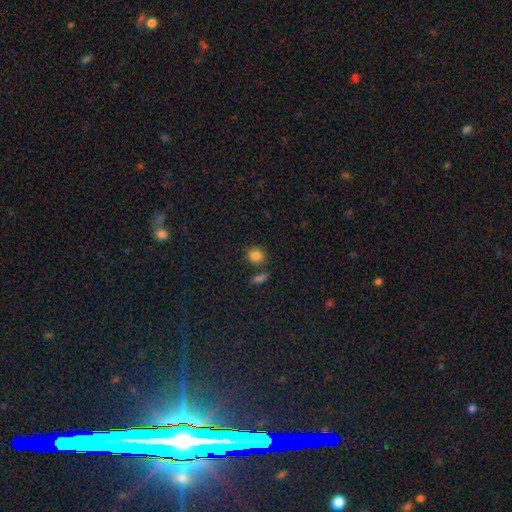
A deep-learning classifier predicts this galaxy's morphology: Q: Smooth or featured?
A: smooth (85%); runner-up: star or artifact (10%)
Q: How rounded?
A: round (79%); runner-up: in between (19%)
Q: Merging?
A: none (77%); runner-up: merger (10%)